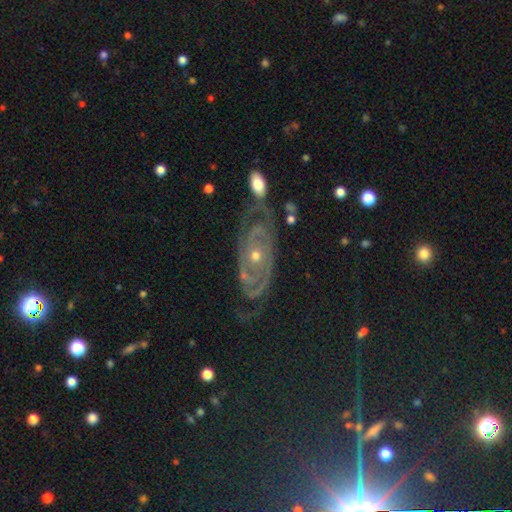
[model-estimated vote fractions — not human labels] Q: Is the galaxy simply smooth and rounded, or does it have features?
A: featured or disk — 89%.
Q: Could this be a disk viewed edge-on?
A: no — 95%.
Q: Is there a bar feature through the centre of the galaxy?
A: no — 83%.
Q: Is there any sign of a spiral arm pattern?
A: yes — 95%.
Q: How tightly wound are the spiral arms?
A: tight — 70%.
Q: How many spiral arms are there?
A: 2 — 65%.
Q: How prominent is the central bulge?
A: small — 52%.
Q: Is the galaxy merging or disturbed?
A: none — 65%.